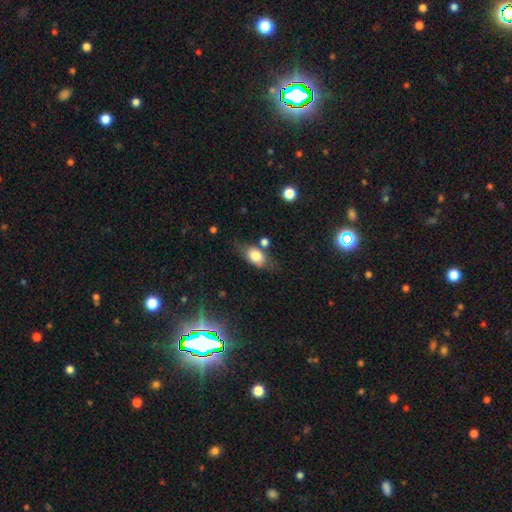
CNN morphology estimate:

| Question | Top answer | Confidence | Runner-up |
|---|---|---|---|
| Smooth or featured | smooth | 76% | featured or disk (16%) |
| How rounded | in between | 82% | round (12%) |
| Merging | none | 64% | minor disturbance (21%) |